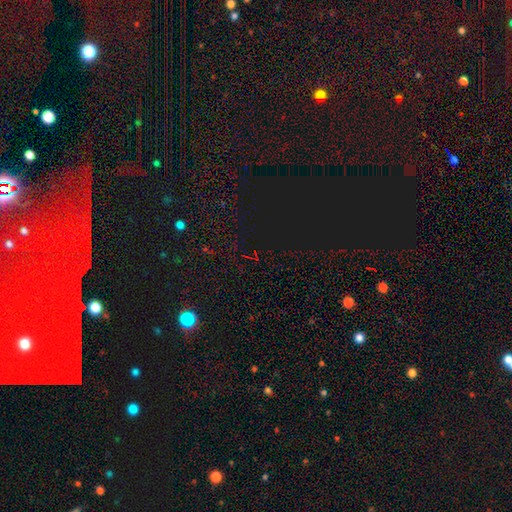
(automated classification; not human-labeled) smooth_or_featured: star or artifact (p=0.78) [alt: smooth p=0.13]